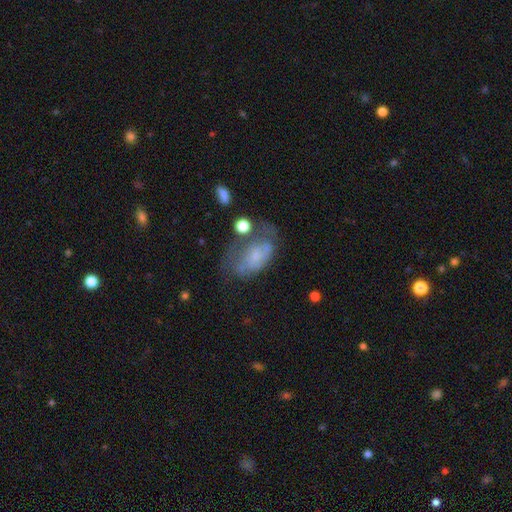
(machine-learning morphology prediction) This appears to be a smooth galaxy with no disk features (46%). Merging: major disturbance (36%).